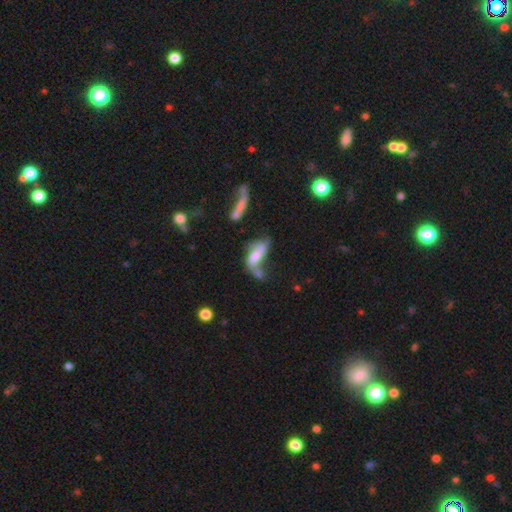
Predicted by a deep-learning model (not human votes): Overall: smooth (45%, tied with featured or disk). Merging: merger (37%; major disturbance 28%).